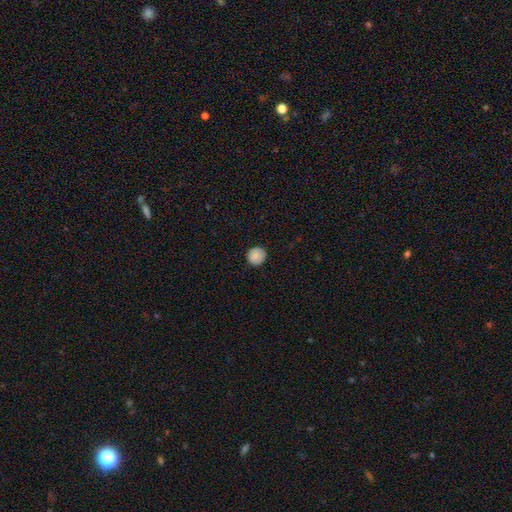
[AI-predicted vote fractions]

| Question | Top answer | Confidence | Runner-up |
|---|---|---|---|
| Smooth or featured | smooth | 87% | star or artifact (8%) |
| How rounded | round | 92% | in between (7%) |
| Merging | none | 88% | minor disturbance (9%) |